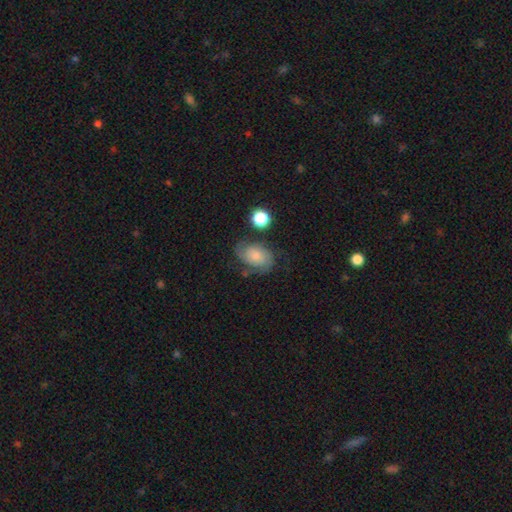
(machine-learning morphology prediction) type=featured or disk (48%); merging=none (54%).